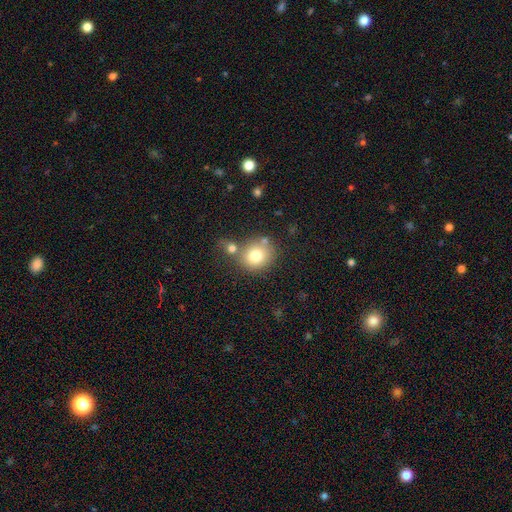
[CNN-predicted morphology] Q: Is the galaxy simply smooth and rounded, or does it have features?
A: smooth — 77%.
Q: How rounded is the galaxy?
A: round — 81%.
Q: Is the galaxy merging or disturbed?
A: none — 62%.